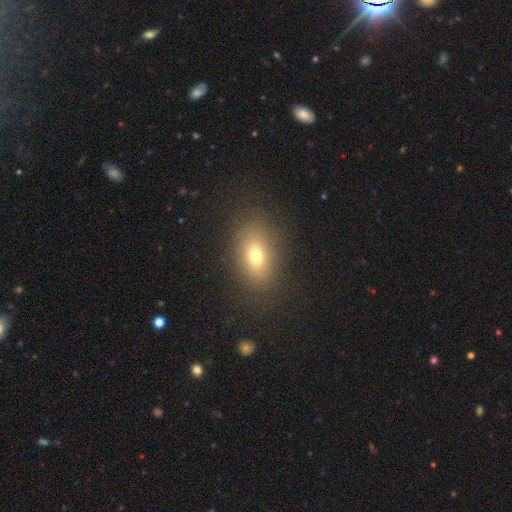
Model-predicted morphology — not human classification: Overall: smooth (70%). How rounded: in between (82%). Merging: none (84%).